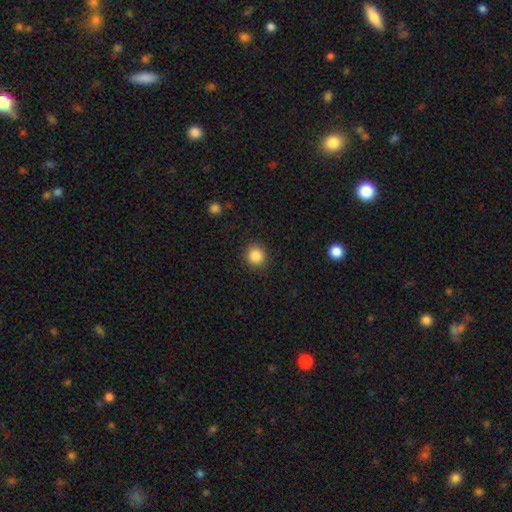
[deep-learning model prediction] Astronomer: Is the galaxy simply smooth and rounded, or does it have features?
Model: smooth — 86%.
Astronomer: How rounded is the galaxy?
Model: round — 91%.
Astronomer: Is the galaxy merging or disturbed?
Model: none — 91%.